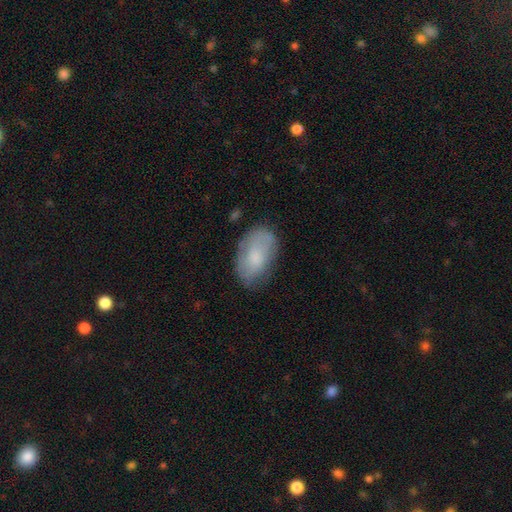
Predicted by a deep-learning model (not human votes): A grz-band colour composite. It shows a smooth galaxy with no disk features (68%) that is in between round and cigar-shaped (92%). Merging: none (68%).